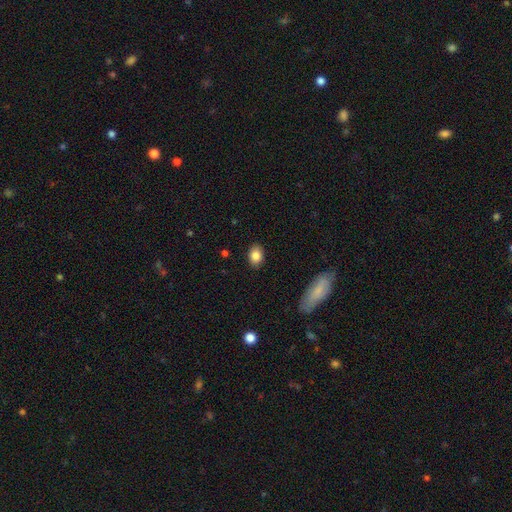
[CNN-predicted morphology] Smooth or featured? smooth (84%)
How rounded? in between (75%)
Merging? none (88%)